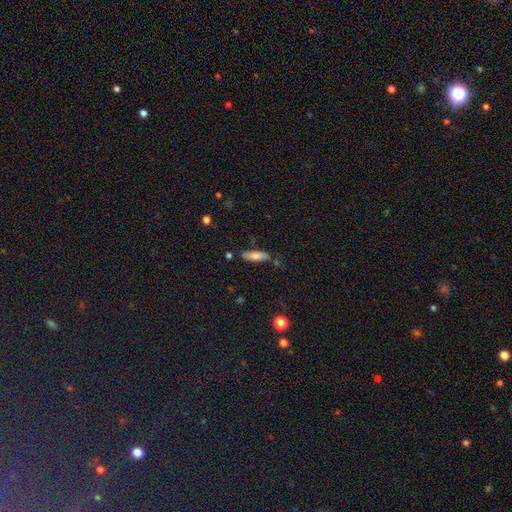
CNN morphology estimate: A smooth galaxy with no disk features (75%) that is cigar-shaped (50%). Merging: none (79%).